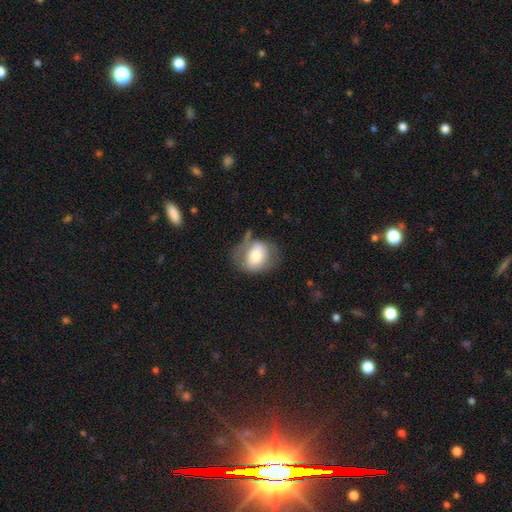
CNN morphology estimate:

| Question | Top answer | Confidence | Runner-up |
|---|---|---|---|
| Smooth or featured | smooth | 60% | featured or disk (33%) |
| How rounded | in between | 52% | round (47%) |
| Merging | none | 46% | minor disturbance (27%) |